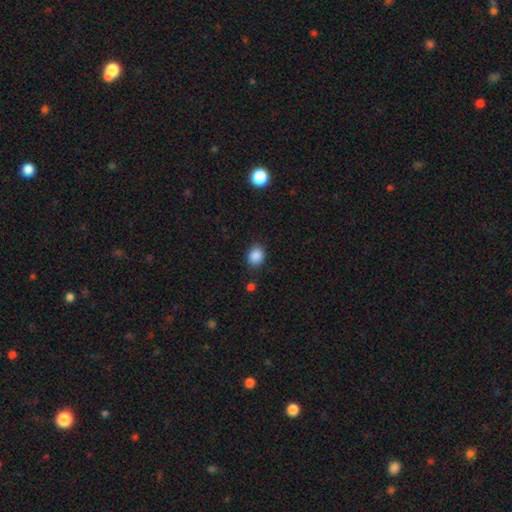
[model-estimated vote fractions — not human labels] A smooth galaxy with no disk features (87%) that is round (56%). Merging: none (82%).